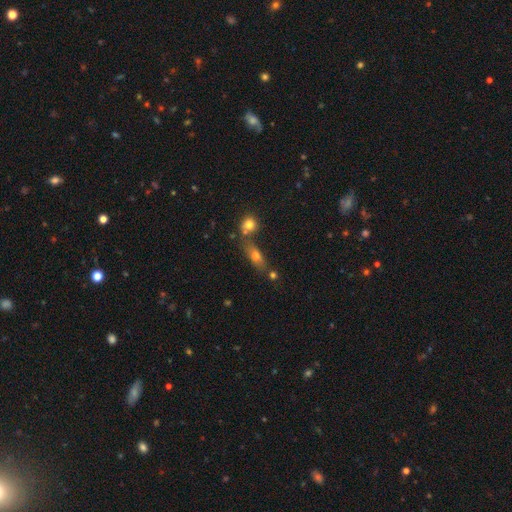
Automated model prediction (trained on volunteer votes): The model was most divided on "merging": none: 54%, merger: 25%, minor disturbance: 14%, major disturbance: 6%. More confident: smooth or featured — smooth (67%); how rounded — in between (63%).